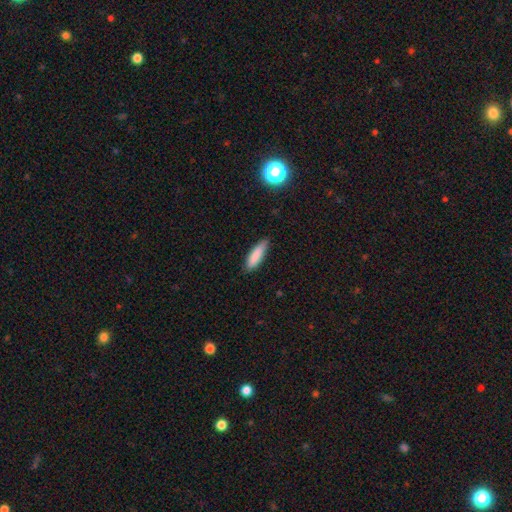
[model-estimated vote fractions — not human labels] Overall: smooth (86%). How rounded: cigar-shaped (63%; in between 36%). Merging: none (81%).